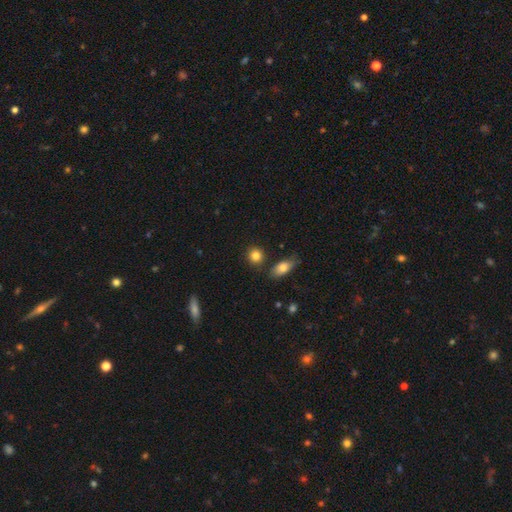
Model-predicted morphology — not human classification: Q: Smooth or featured?
A: smooth (84%); runner-up: star or artifact (9%)
Q: How rounded?
A: round (79%); runner-up: in between (19%)
Q: Merging?
A: none (80%); runner-up: minor disturbance (9%)